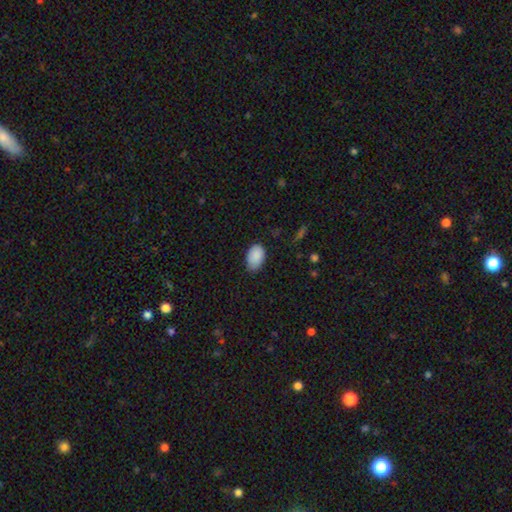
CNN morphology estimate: Smooth or featured?
  - smooth: 89% *
  - star or artifact: 7%
  - featured or disk: 4%
How rounded?
  - in between: 90% *
  - round: 9%
  - cigar-shaped: 1%
Merging?
  - none: 72% *
  - minor disturbance: 24%
  - major disturbance: 3%
  - merger: 1%